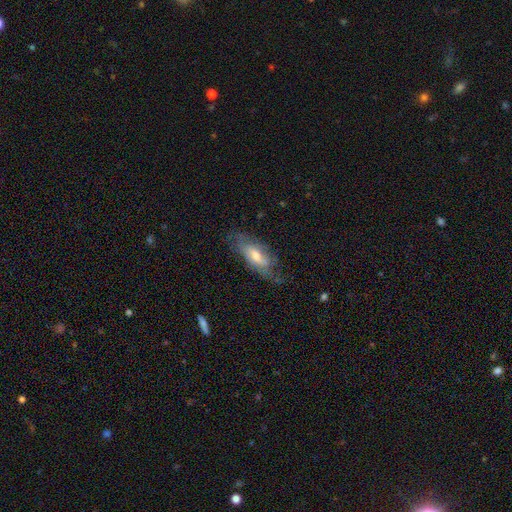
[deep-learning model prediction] A featured or disk galaxy (55%).

Vote fractions:
- Smooth or featured? featured or disk: 55% / smooth: 38% / star or artifact: 7%
- Edge-on disk? no: 75% / yes: 25%
- Merging? none: 57% / minor disturbance: 27% / major disturbance: 14% / merger: 2%